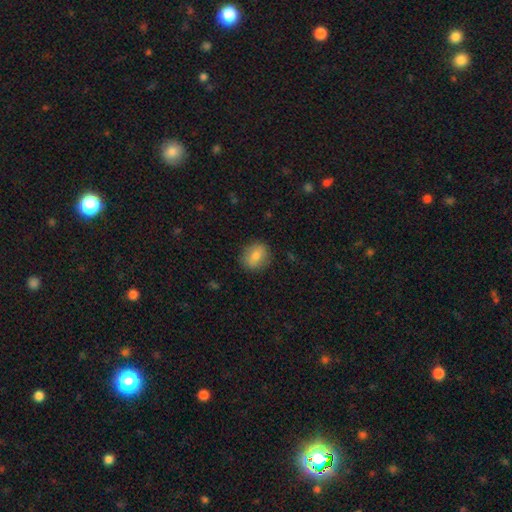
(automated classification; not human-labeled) Smooth or featured? Predicted: smooth (p=0.77). How rounded? Predicted: round (p=0.62). Merging? Predicted: none (p=0.87).